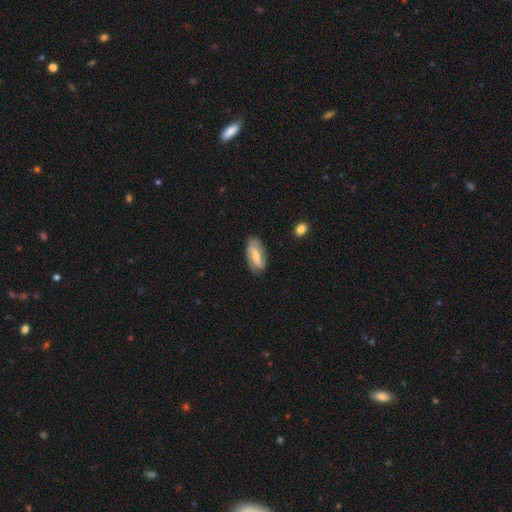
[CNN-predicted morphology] Smooth or featured? Predicted: featured or disk (p=0.56). Edge-on disk? Predicted: no (p=0.90). Bar? Predicted: strong (p=0.43). Spiral arms? Predicted: yes (p=0.77). Bulge size? Predicted: moderate (p=0.47). Merging? Predicted: none (p=0.80).